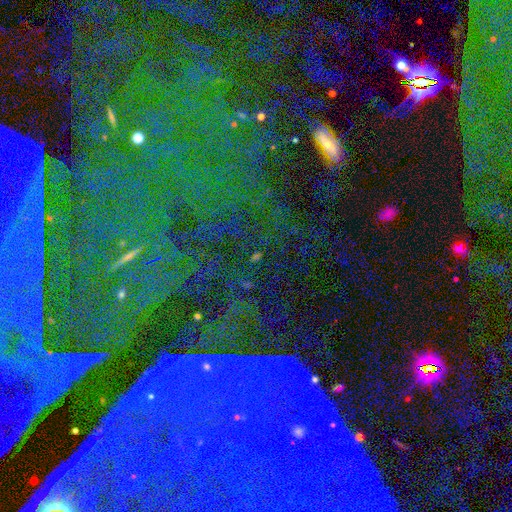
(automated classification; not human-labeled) A star or artifact, not a galaxy (82%).